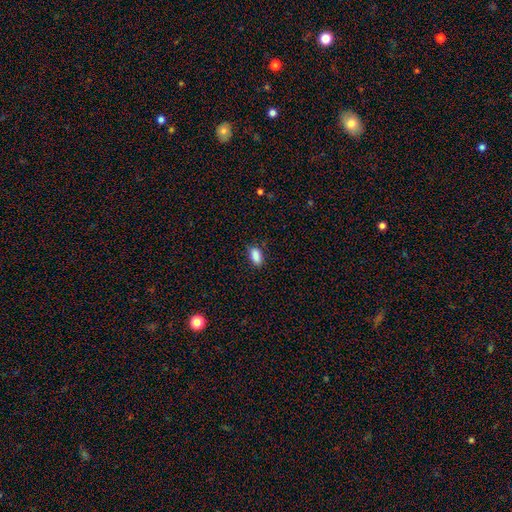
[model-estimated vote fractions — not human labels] A smooth galaxy with no disk features (87%) that is in between round and cigar-shaped (89%).

Vote fractions:
- Smooth or featured? smooth: 87% / star or artifact: 8% / featured or disk: 4%
- How rounded? in between: 89% / cigar-shaped: 6% / round: 5%
- Merging? none: 81% / minor disturbance: 15% / major disturbance: 3% / merger: 1%